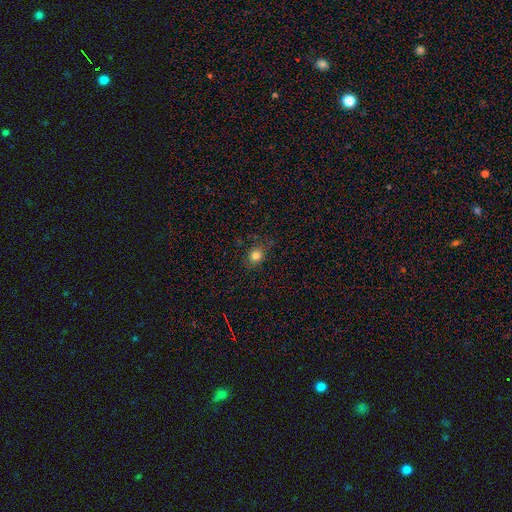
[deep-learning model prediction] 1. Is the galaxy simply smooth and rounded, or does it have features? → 80% smooth, 13% star or artifact, 7% featured or disk.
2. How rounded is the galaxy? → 69% round, 29% in between, 1% cigar-shaped.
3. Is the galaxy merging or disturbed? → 78% none, 16% minor disturbance, 4% major disturbance, 1% merger.